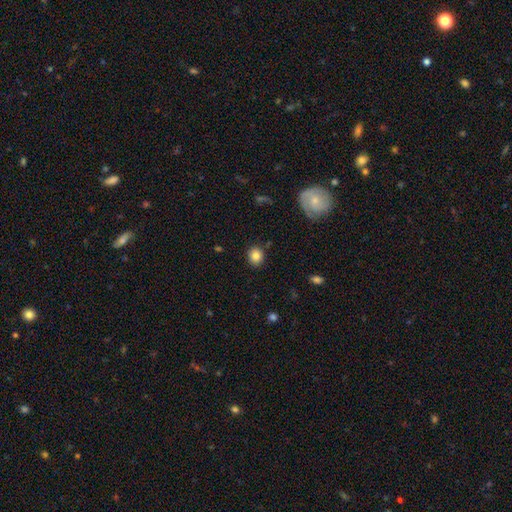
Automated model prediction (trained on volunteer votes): This appears to be a smooth galaxy with no disk features (84%) that is round (82%). Merging: none (87%).